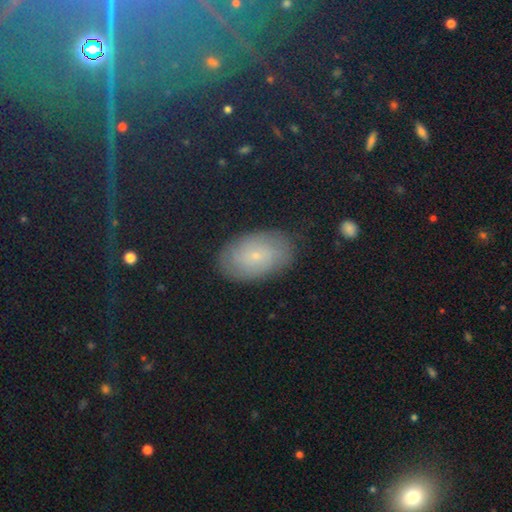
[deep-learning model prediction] This appears to be a smooth galaxy with no disk features (43%). Merging: none (82%).